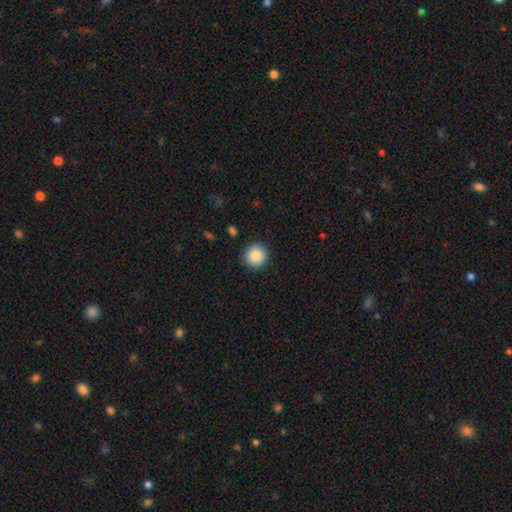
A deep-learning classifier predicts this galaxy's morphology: A smooth galaxy with no disk features (88%) that is round (95%).

Vote fractions:
- Smooth or featured? smooth: 88% / star or artifact: 8% / featured or disk: 4%
- How rounded? round: 95% / in between: 4% / cigar-shaped: 1%
- Merging? none: 92% / minor disturbance: 5% / major disturbance: 2% / merger: 1%